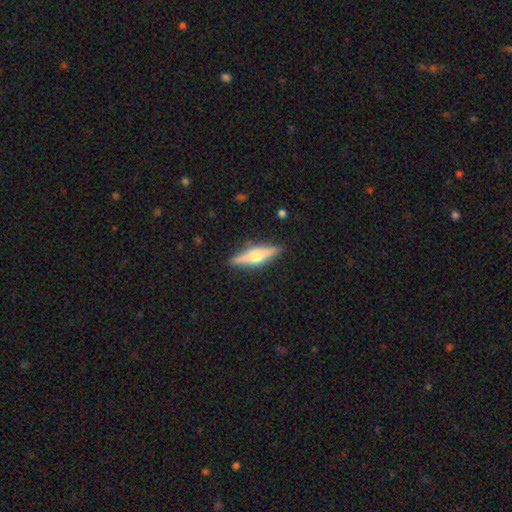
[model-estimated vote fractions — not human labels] Smooth or featured? Predicted: featured or disk (p=0.62). Edge-on disk? Predicted: yes (p=0.96). Edge-on bulge? Predicted: rounded (p=0.89). Merging? Predicted: none (p=0.87).